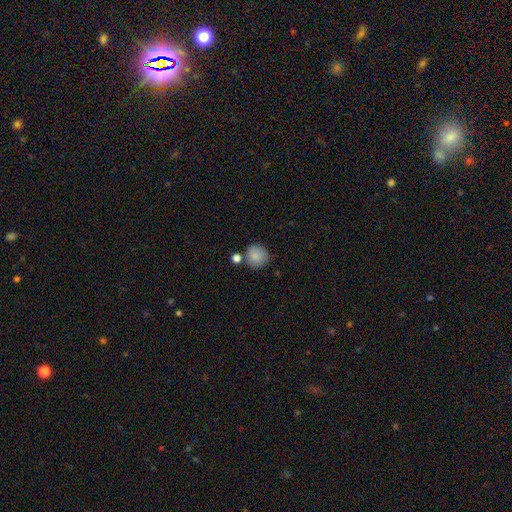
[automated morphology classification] The model was most divided on "merging": none: 73%, merger: 12%, minor disturbance: 11%, major disturbance: 3%. More confident: how rounded — round (90%); smooth or featured — smooth (87%).